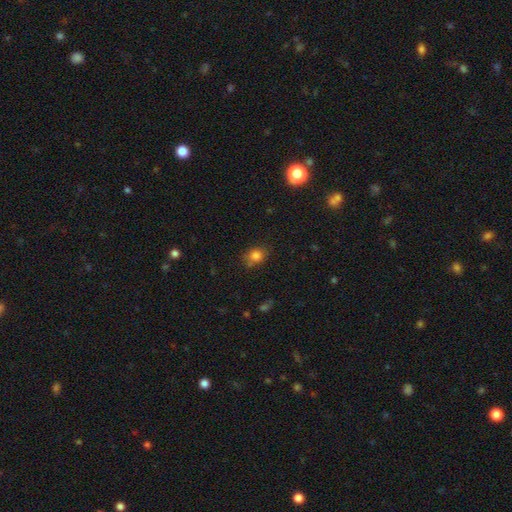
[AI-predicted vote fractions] This is clearly a smooth galaxy (80%). How rounded: possibly round (55%). Merging: likely none (69%).